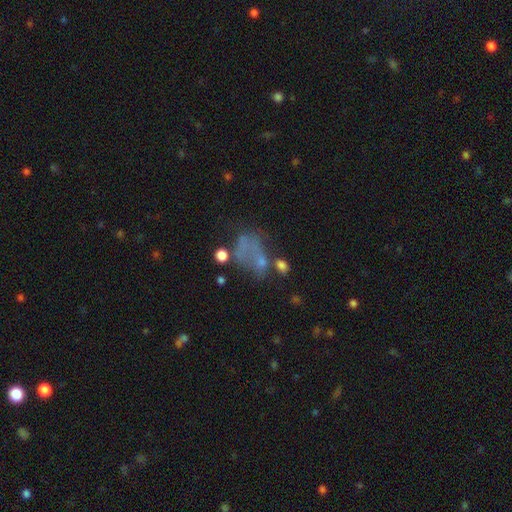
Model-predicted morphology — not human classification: Smooth or featured: smooth — 39% (featured or disk — 31%)
Merging: major disturbance — 34% (none — 30%)